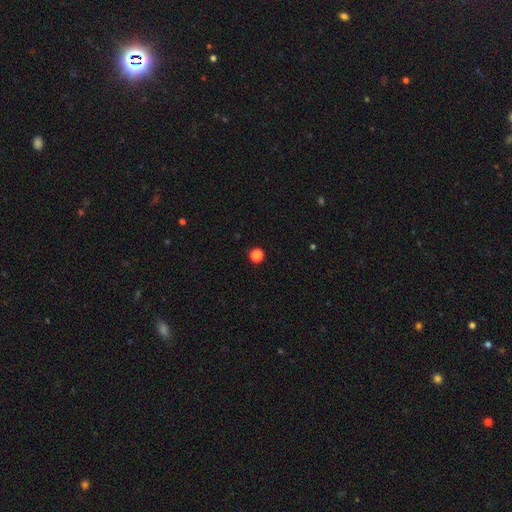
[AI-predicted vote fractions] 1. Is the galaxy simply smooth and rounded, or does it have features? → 79% smooth, 18% star or artifact, 3% featured or disk.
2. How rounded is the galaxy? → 88% round, 11% in between, 1% cigar-shaped.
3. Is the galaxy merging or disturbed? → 91% none, 5% minor disturbance, 2% major disturbance, 2% merger.